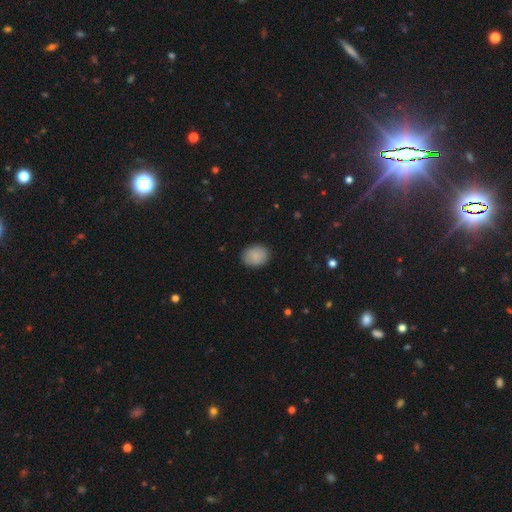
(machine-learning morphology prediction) Overall: smooth (88%). How rounded: round (51%; in between 48%). Merging: none (87%).